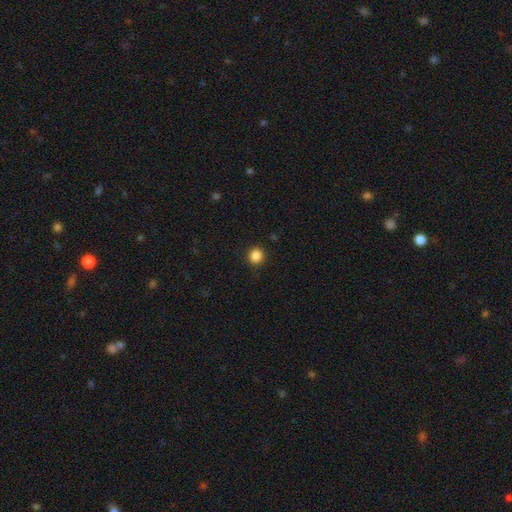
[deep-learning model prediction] A smooth galaxy with no disk features (86%) that is round (92%). Merging: none (92%).